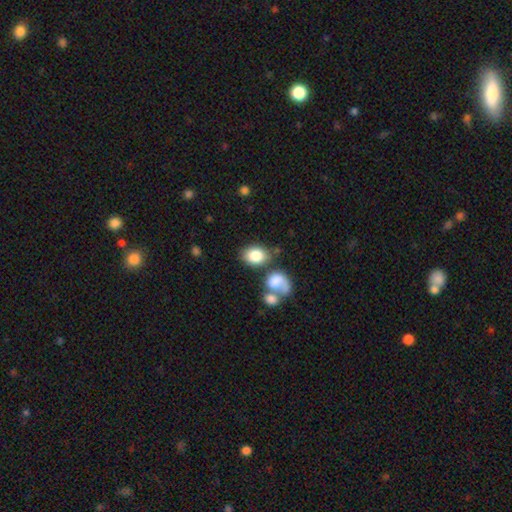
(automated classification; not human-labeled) Smooth or featured? smooth (82%)
How rounded? in between (69%)
Merging? none (57%)